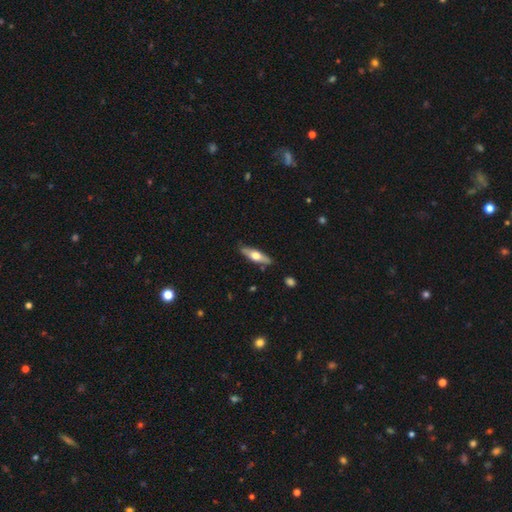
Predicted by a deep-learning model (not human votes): smooth_or_featured: smooth (p=0.47) [tied with: featured or disk p=0.47]
merging: none (p=0.85) [alt: minor disturbance p=0.11]